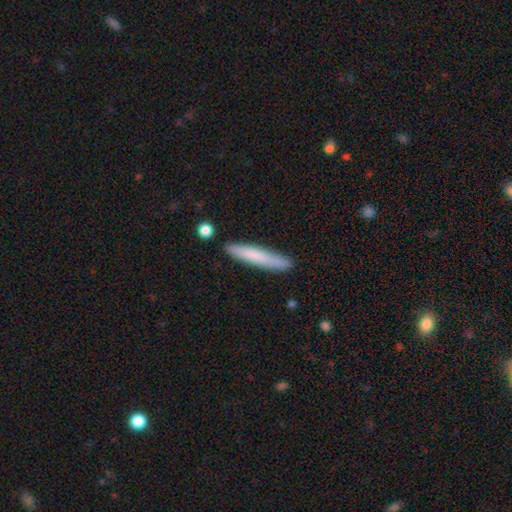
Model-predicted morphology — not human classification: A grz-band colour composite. It shows a smooth galaxy with no disk features (75%) that is cigar-shaped (94%). Merging: none (86%).